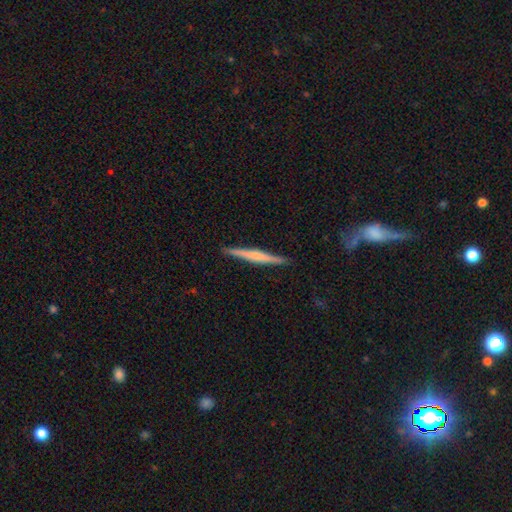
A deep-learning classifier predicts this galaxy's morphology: Q: Smooth or featured?
A: featured or disk (60%); runner-up: smooth (35%)
Q: Edge-on disk?
A: yes (98%); runner-up: no (2%)
Q: Edge-on bulge?
A: rounded (49%); runner-up: none (37%)
Q: Merging?
A: none (91%); runner-up: minor disturbance (7%)